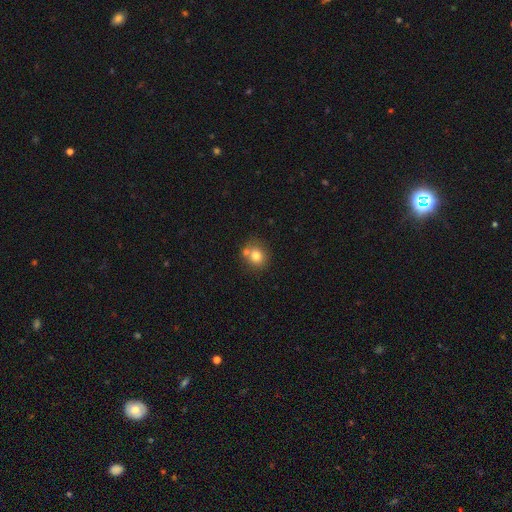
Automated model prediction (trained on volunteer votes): Smooth or featured: smooth — 77% (featured or disk — 12%)
How rounded: round — 79% (in between — 21%)
Merging: none — 60% (merger — 26%)